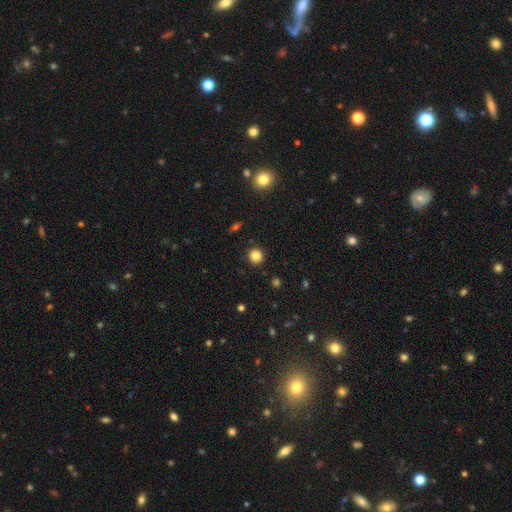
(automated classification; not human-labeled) Smooth or featured: smooth — 84% (star or artifact — 12%)
How rounded: round — 93% (in between — 6%)
Merging: none — 91% (minor disturbance — 5%)